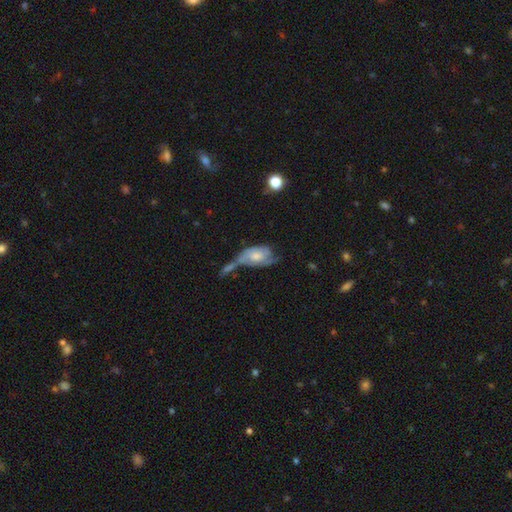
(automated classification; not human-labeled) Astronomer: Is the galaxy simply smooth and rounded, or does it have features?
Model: featured or disk — 58% (runner-up: smooth, 36%).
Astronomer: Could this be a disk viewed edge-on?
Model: no — 93%.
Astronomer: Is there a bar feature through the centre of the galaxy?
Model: no — 72%.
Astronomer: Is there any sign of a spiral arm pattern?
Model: yes — 78%.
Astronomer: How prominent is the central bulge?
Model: moderate — 45% (runner-up: small, 29%).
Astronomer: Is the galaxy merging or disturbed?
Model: merger — 35% (runner-up: major disturbance, 24%).